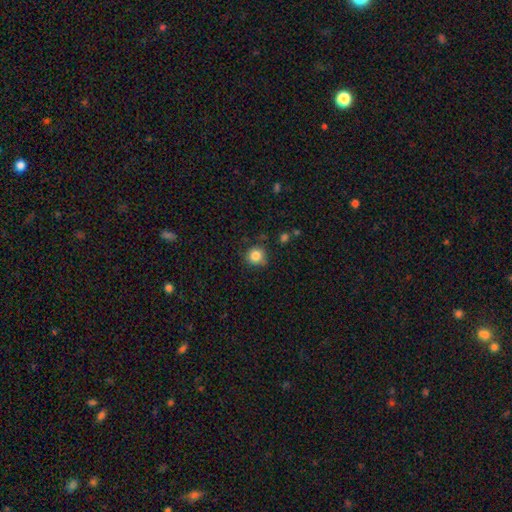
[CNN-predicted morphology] smooth-or-featured: smooth: 84% | star or artifact: 10% | featured or disk: 5%
  how-rounded: round: 90% | in between: 9% | cigar-shaped: 1%
  merging: none: 79% | minor disturbance: 15% | major disturbance: 3% | merger: 2%